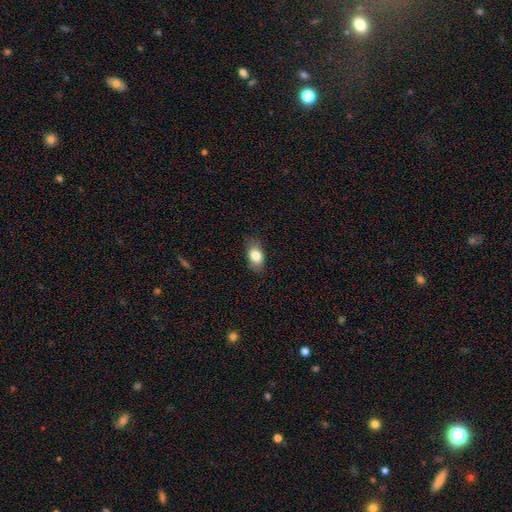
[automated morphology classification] This appears to be a smooth galaxy with no disk features (81%) that is in between round and cigar-shaped (87%). Merging: none (82%).